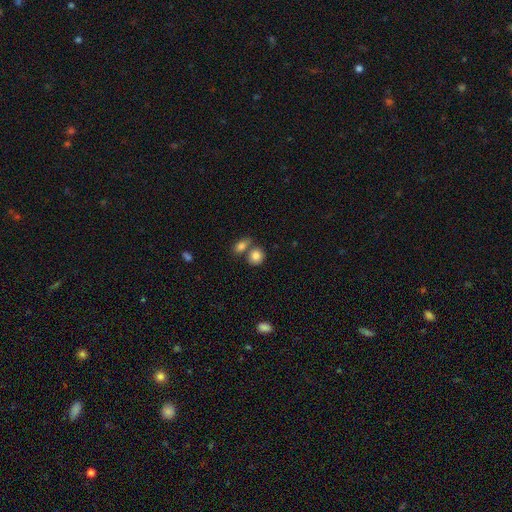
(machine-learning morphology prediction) This is clearly a smooth galaxy (83%). How rounded: likely round (70%). Merging: possibly none (52%).